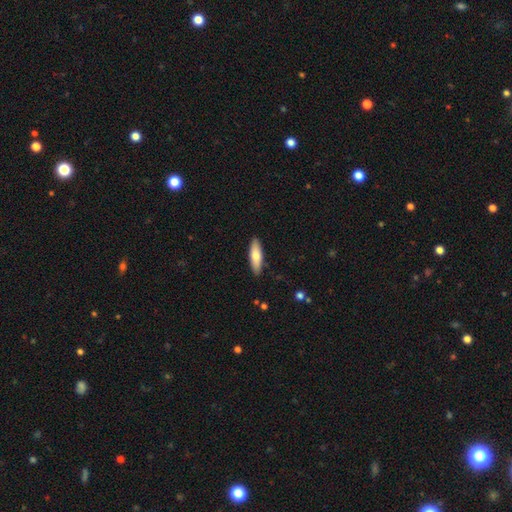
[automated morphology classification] This is likely a smooth galaxy (72%). How rounded: possibly cigar-shaped (54%). Merging: clearly none (89%).